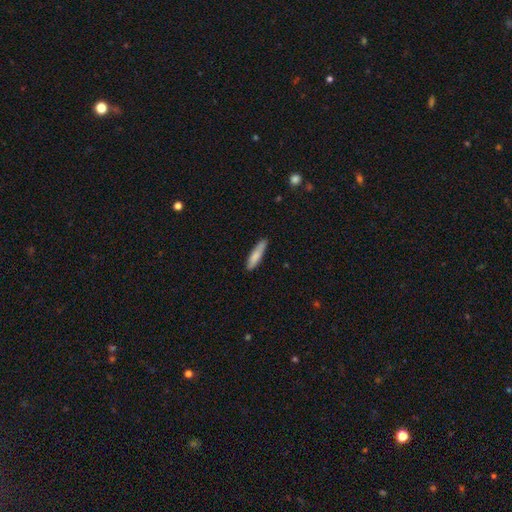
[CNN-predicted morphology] smooth-or-featured: smooth: 81% | featured or disk: 13% | star or artifact: 6%
  how-rounded: cigar-shaped: 80% | in between: 19% | round: 1%
  merging: none: 85% | minor disturbance: 12% | major disturbance: 2% | merger: 1%